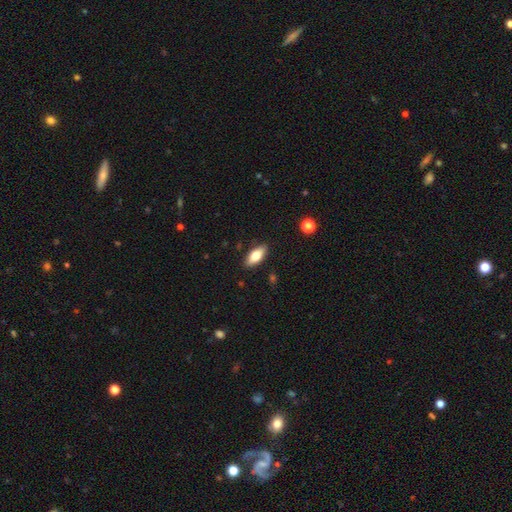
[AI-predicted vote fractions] smooth_or_featured: smooth (p=0.73) [alt: featured or disk p=0.20]
how_rounded: in between (p=0.83) [alt: cigar-shaped p=0.14]
merging: none (p=0.87) [alt: minor disturbance p=0.09]